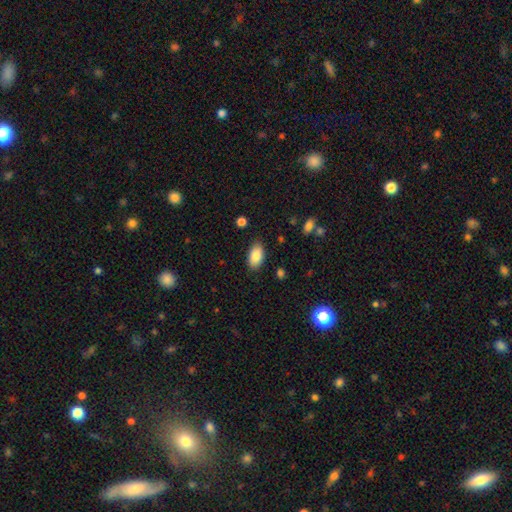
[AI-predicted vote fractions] smooth-or-featured: smooth: 87% | star or artifact: 7% | featured or disk: 6%
  how-rounded: in between: 94% | round: 4% | cigar-shaped: 2%
  merging: none: 85% | minor disturbance: 11% | major disturbance: 3% | merger: 1%